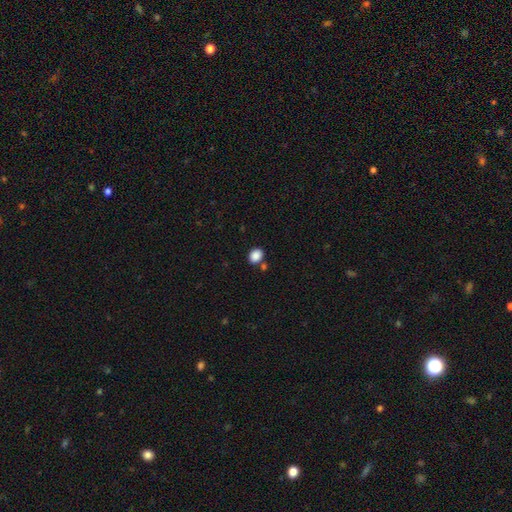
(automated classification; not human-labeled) Morphology: type=smooth (88%); roundness=in between (57%); merging=none (75%).